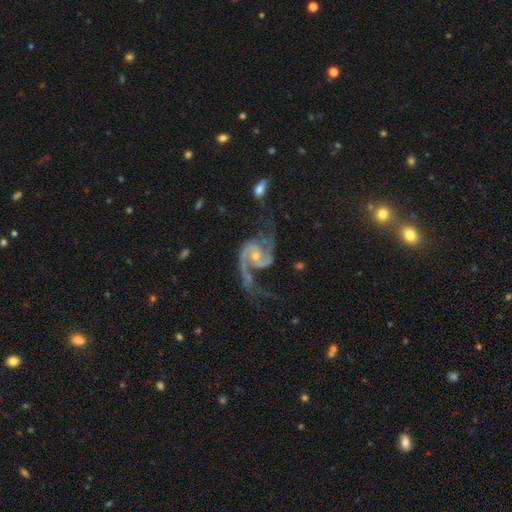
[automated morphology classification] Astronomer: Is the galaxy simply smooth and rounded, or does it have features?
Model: featured or disk — 93%.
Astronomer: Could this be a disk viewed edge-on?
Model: no — 98%.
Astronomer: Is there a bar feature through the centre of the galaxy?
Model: no — 64%.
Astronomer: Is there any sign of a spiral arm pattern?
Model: yes — 98%.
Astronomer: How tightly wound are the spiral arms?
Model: medium — 49% (runner-up: loose, 38%).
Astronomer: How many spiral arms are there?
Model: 2 — 92%.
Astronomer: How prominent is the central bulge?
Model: small — 54% (runner-up: moderate, 41%).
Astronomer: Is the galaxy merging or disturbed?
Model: none — 52%.